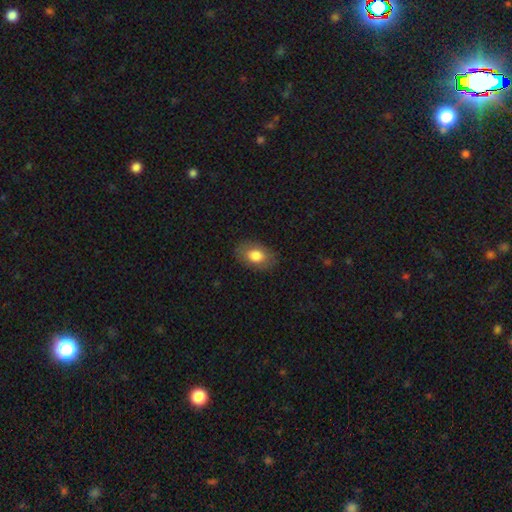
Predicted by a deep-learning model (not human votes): This appears to be a smooth galaxy with no disk features (77%) that is in between round and cigar-shaped (86%). Merging: none (84%).